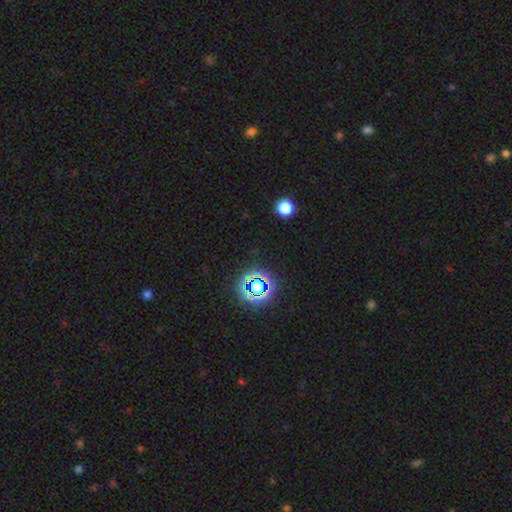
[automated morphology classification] smooth_or_featured: star or artifact (p=0.74) [alt: smooth p=0.18]